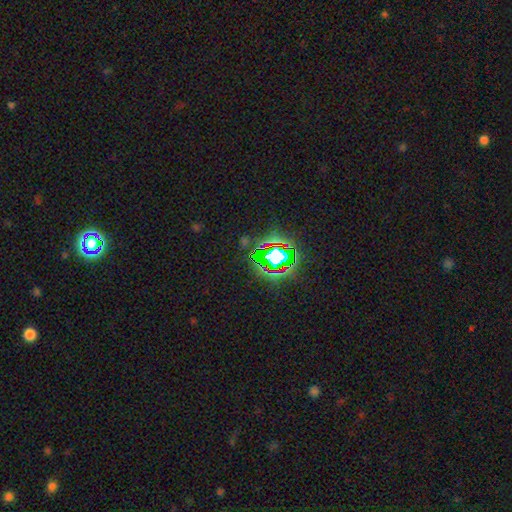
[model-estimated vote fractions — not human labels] Overall: star or artifact (78%).